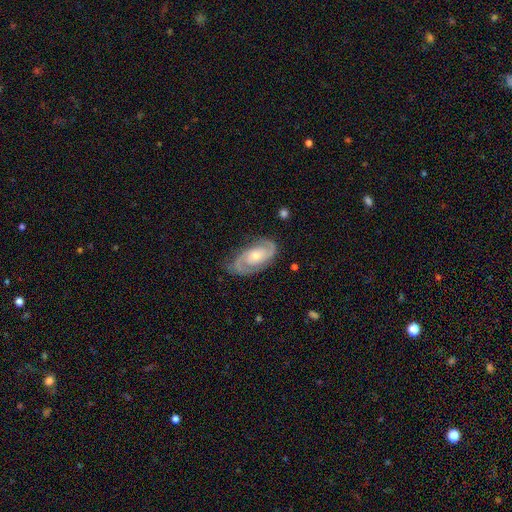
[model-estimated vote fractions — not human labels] Smooth or featured?
  - featured or disk: 87% *
  - smooth: 8%
  - star or artifact: 5%
Edge-on disk?
  - no: 96% *
  - yes: 4%
Bar?
  - no: 66% *
  - weak: 27%
  - strong: 7%
Spiral arms?
  - yes: 97% *
  - no: 3%
Spiral winding?
  - tight: 49% *
  - medium: 42%
  - loose: 9%
Spiral arm count?
  - 2: 89% *
  - can't tell: 5%
  - 3: 2%
  - 1: 2%
  - 4: 1%
  - more than 4: 1%
Bulge size?
  - moderate: 48% *
  - small: 46%
  - large: 3%
  - none: 2%
  - dominant: 1%
Merging?
  - none: 78% *
  - minor disturbance: 16%
  - major disturbance: 5%
  - merger: 1%